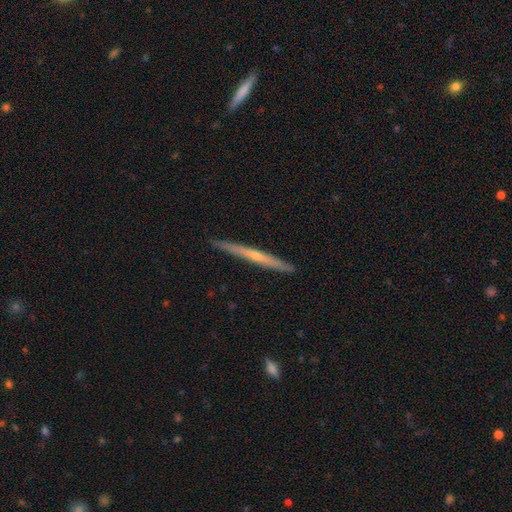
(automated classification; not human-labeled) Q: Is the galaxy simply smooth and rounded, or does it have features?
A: featured or disk — 72%.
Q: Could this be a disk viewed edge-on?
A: yes — 98%.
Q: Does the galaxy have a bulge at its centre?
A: rounded — 71%.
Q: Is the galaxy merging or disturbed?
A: none — 91%.